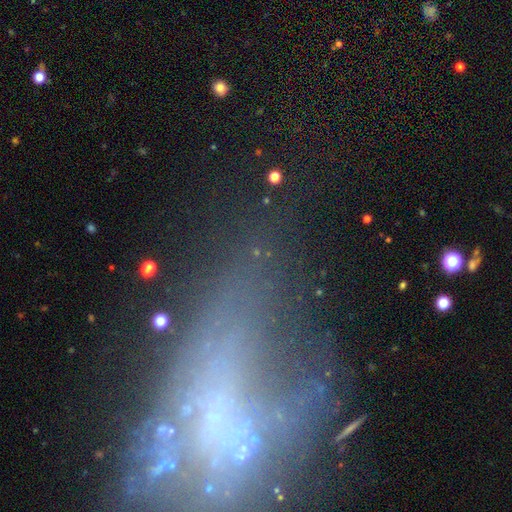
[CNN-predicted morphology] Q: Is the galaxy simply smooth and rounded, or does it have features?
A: featured or disk — 46%.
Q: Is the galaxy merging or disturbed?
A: none — 46%.